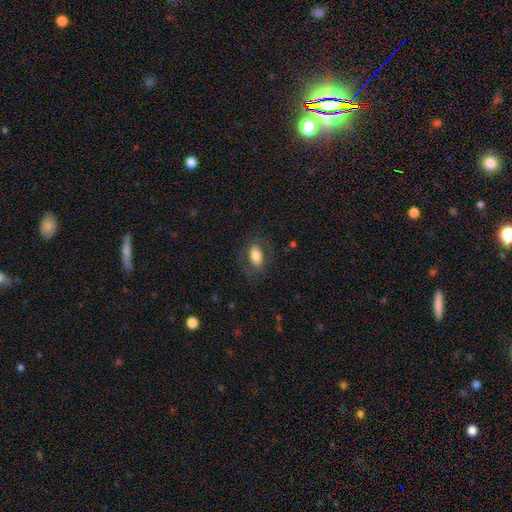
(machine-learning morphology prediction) A smooth galaxy with no disk features (74%) that is in between round and cigar-shaped (90%). Merging: none (74%).